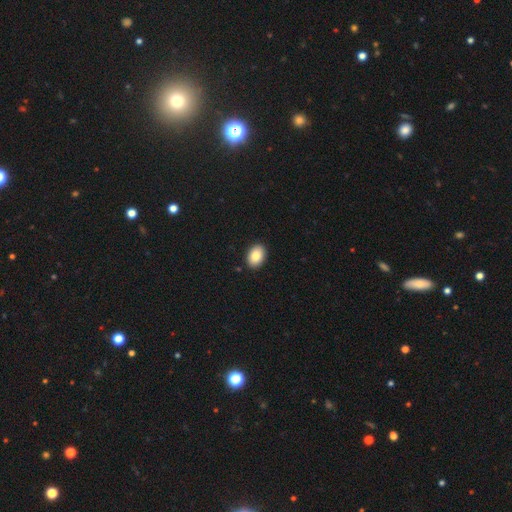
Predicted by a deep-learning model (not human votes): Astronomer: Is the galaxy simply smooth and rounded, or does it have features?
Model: smooth — 86%.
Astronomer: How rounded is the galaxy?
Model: in between — 83%.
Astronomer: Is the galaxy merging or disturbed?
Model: none — 91%.